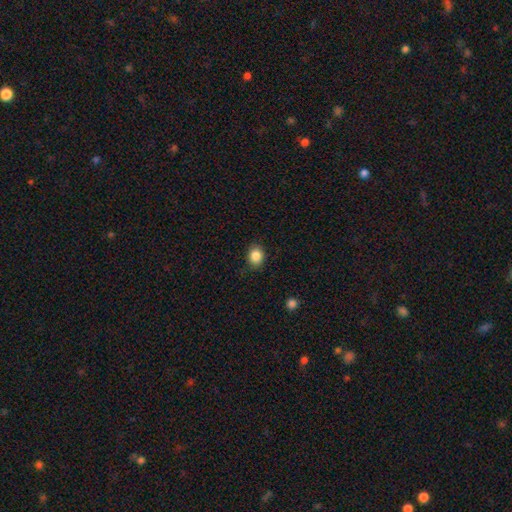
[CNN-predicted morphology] smooth 86%, star or artifact 10%, featured or disk 5%. Down the decision tree: how rounded — round (60%); merging — none (84%).